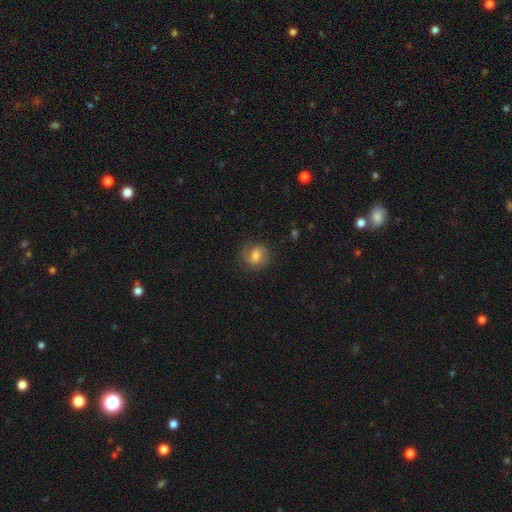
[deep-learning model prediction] smooth 53%, featured or disk 38%, star or artifact 9%. Down the decision tree: how rounded — round (67%); merging — none (74%).